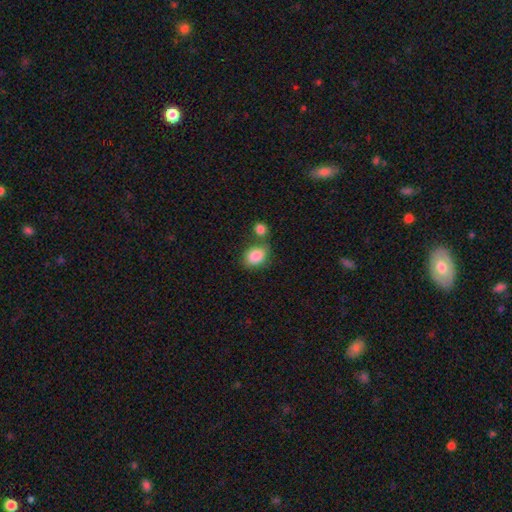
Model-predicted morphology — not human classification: Smooth or featured?
  - smooth: 87% *
  - star or artifact: 8%
  - featured or disk: 6%
How rounded?
  - in between: 67% *
  - round: 32%
  - cigar-shaped: 1%
Merging?
  - none: 53% *
  - merger: 27%
  - minor disturbance: 15%
  - major disturbance: 5%